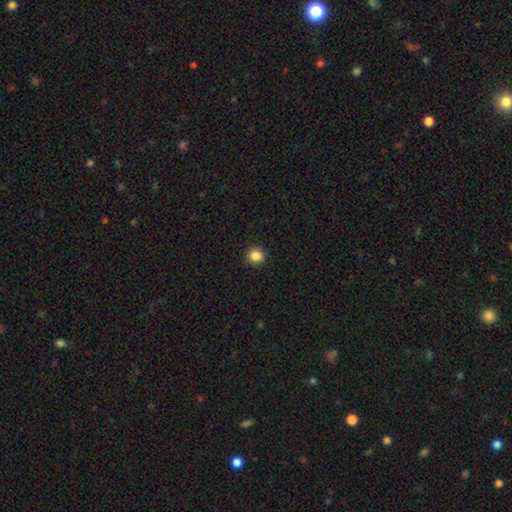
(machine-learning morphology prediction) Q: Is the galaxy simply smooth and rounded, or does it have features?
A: smooth — 86%.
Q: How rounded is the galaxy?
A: round — 91%.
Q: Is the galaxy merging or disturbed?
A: none — 92%.